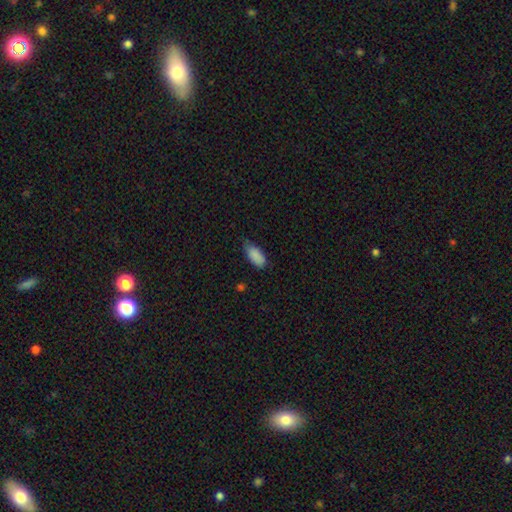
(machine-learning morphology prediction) type=smooth (88%); roundness=in between (90%); merging=none (61%).